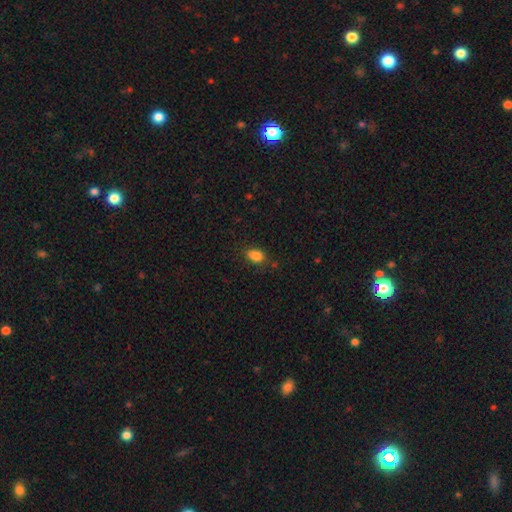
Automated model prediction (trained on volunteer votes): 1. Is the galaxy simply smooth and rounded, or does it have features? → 86% smooth, 10% star or artifact, 4% featured or disk.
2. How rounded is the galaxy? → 83% in between, 16% round, 2% cigar-shaped.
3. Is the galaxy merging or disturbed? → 79% none, 15% minor disturbance, 4% major disturbance, 2% merger.